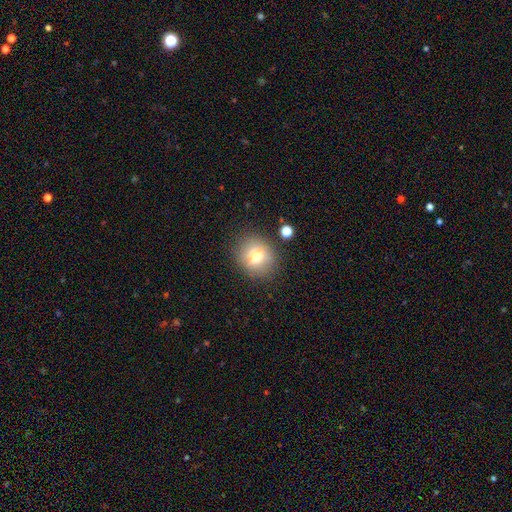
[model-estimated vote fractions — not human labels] A smooth galaxy with no disk features (67%) that is round (77%).

Vote fractions:
- Smooth or featured? smooth: 67% / featured or disk: 21% / star or artifact: 12%
- How rounded? round: 77% / in between: 22% / cigar-shaped: 1%
- Merging? none: 81% / minor disturbance: 12% / major disturbance: 4% / merger: 3%